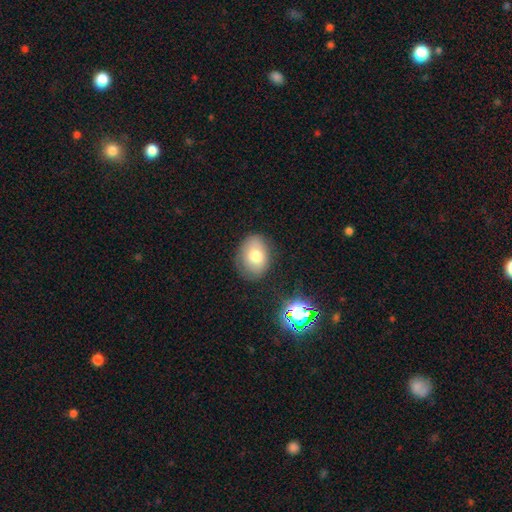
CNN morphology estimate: smooth-or-featured: smooth: 73% | featured or disk: 16% | star or artifact: 11%
  how-rounded: in between: 65% | round: 35% | cigar-shaped: 1%
  merging: none: 77% | minor disturbance: 17% | major disturbance: 5% | merger: 2%